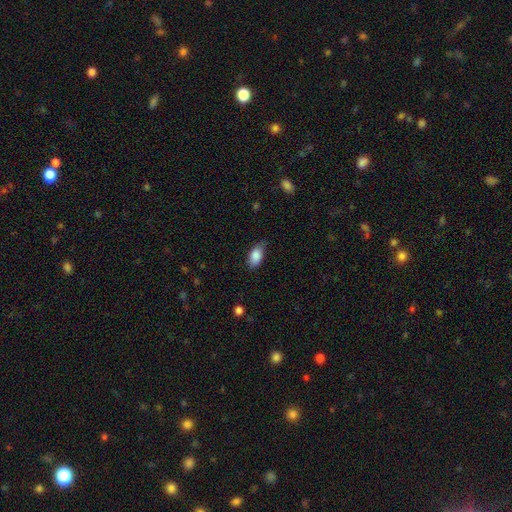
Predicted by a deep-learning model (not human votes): smooth-or-featured: smooth: 86% | featured or disk: 7% | star or artifact: 7%
  how-rounded: in between: 91% | round: 5% | cigar-shaped: 4%
  merging: none: 62% | minor disturbance: 31% | major disturbance: 6% | merger: 1%